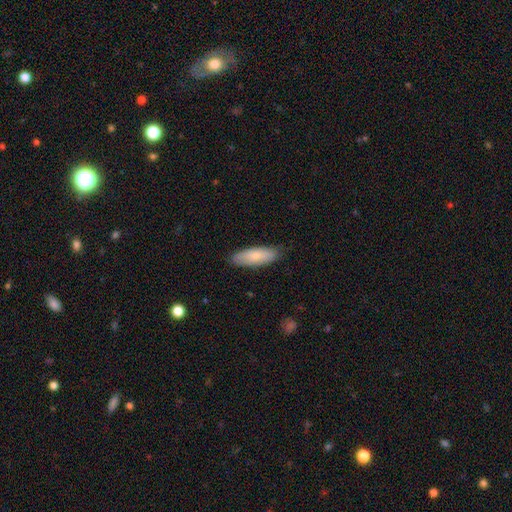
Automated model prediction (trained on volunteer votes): Smooth or featured: smooth — 79% (featured or disk — 16%)
How rounded: in between — 67% (cigar-shaped — 31%)
Merging: none — 84% (minor disturbance — 13%)